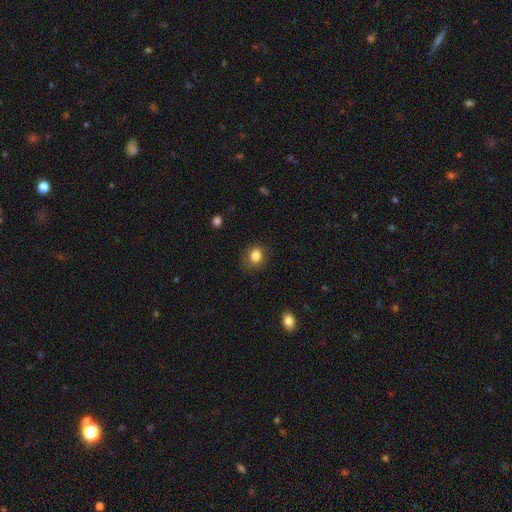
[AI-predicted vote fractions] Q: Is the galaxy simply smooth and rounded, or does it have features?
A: smooth — 84%.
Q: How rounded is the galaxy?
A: round — 54%.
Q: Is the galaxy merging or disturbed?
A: none — 80%.